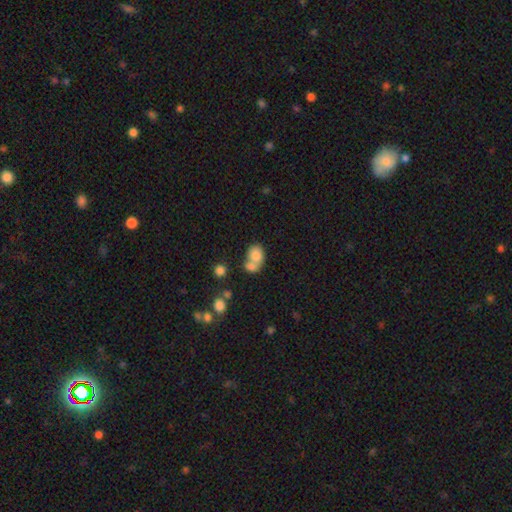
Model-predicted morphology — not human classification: smooth_or_featured: smooth (p=0.76) [alt: featured or disk p=0.14]
how_rounded: in between (p=0.58) [alt: round p=0.41]
merging: merger (p=0.60) [alt: none p=0.26]